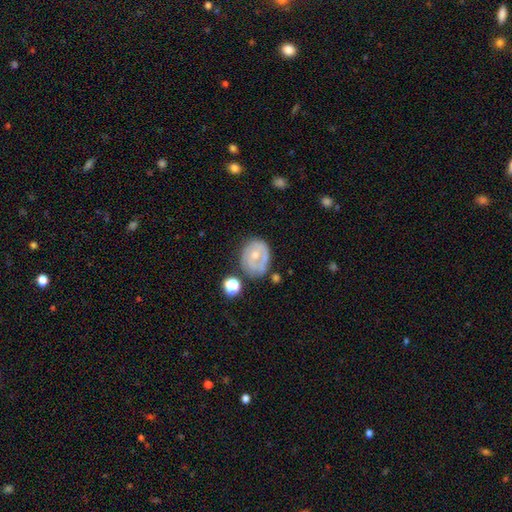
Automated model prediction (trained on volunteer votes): featured or disk 53%, smooth 39%, star or artifact 8%. Down the decision tree: edge-on disk — no (96%); bar — no (73%); spiral arms — no (55%); bulge size — moderate (48%); merging — none (53%).